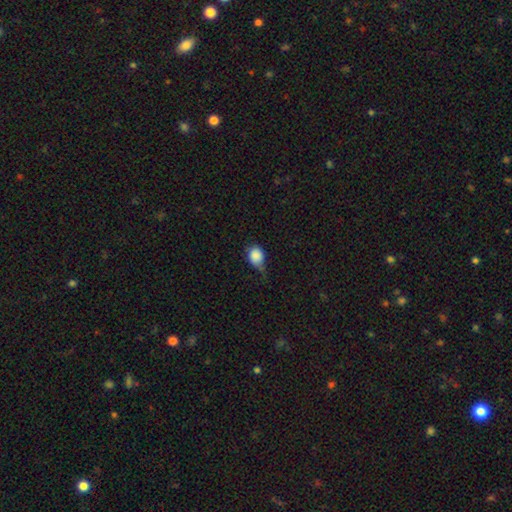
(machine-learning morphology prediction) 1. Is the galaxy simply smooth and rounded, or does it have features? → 83% smooth, 8% star or artifact, 8% featured or disk.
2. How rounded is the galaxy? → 56% round, 43% in between, 2% cigar-shaped.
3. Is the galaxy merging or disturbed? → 50% minor disturbance, 28% none, 19% major disturbance, 3% merger.